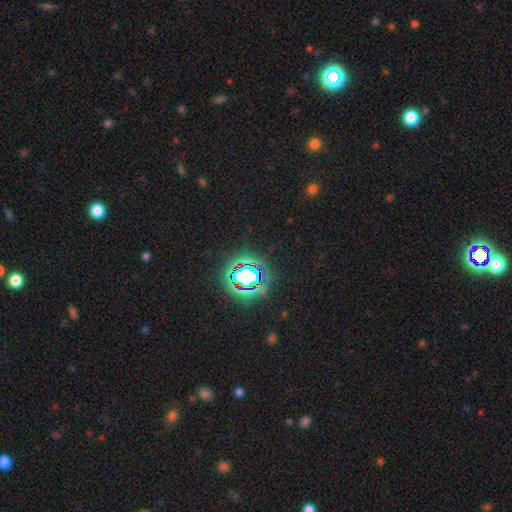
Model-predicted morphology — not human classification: smooth_or_featured: star or artifact (p=0.81) [alt: smooth p=0.12]